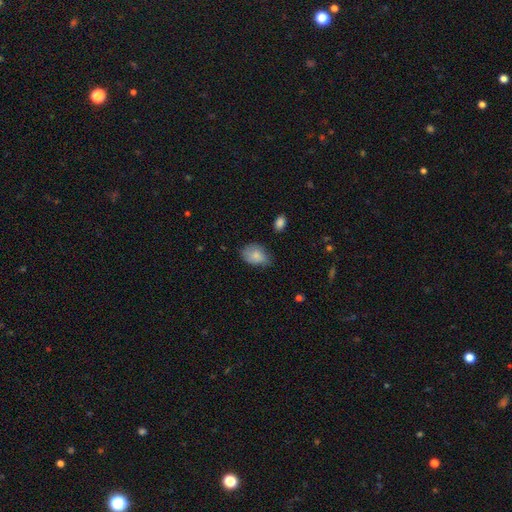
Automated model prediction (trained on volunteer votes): smooth_or_featured: smooth (p=0.82) [alt: featured or disk p=0.10]
how_rounded: in between (p=0.79) [alt: round p=0.19]
merging: none (p=0.57) [alt: minor disturbance p=0.34]